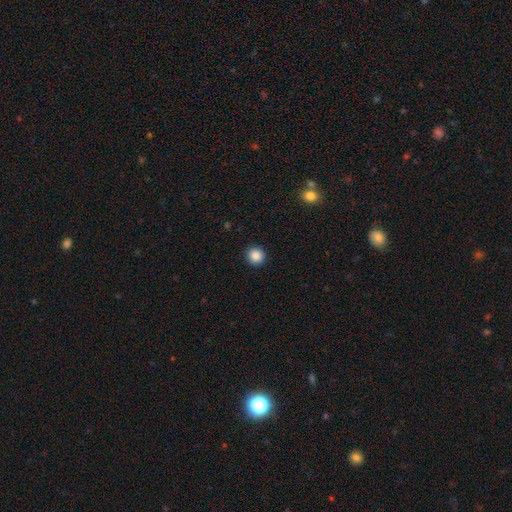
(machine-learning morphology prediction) Overall: smooth (87%). How rounded: round (94%). Merging: none (93%).